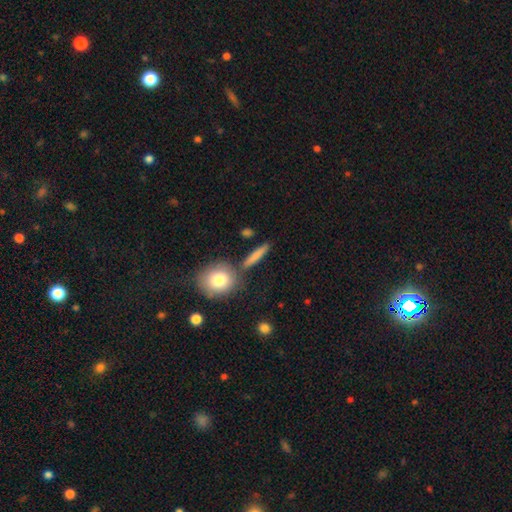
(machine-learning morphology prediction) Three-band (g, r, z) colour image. It shows a smooth galaxy with no disk features (77%) that is cigar-shaped (76%). Merging: none (81%).